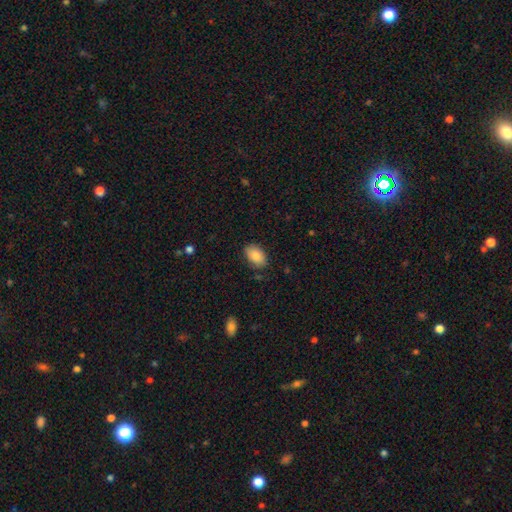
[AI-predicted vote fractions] Smooth or featured?
  - smooth: 85% *
  - featured or disk: 8%
  - star or artifact: 7%
How rounded?
  - in between: 90% *
  - round: 8%
  - cigar-shaped: 1%
Merging?
  - none: 83% *
  - minor disturbance: 13%
  - major disturbance: 3%
  - merger: 2%